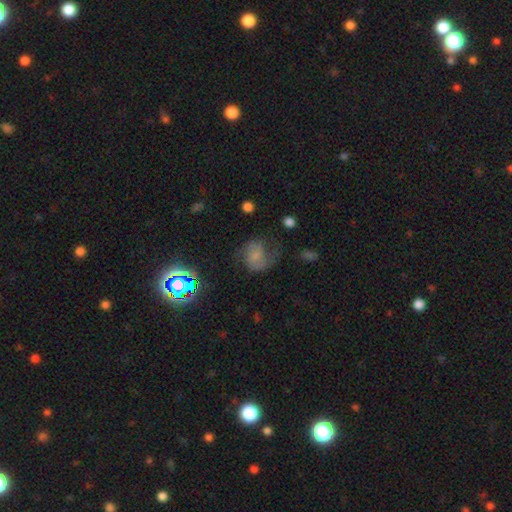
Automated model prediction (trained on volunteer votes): This is possibly a featured or disk galaxy (47%). Merging: possibly none (47%).